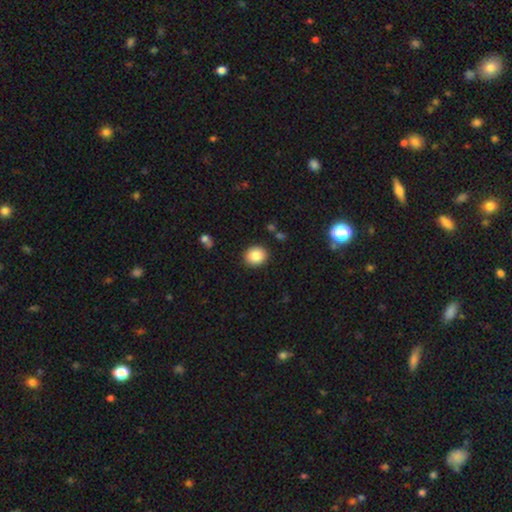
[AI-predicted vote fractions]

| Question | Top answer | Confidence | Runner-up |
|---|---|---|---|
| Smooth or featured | smooth | 87% | star or artifact (8%) |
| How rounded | round | 68% | in between (31%) |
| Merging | none | 89% | minor disturbance (7%) |